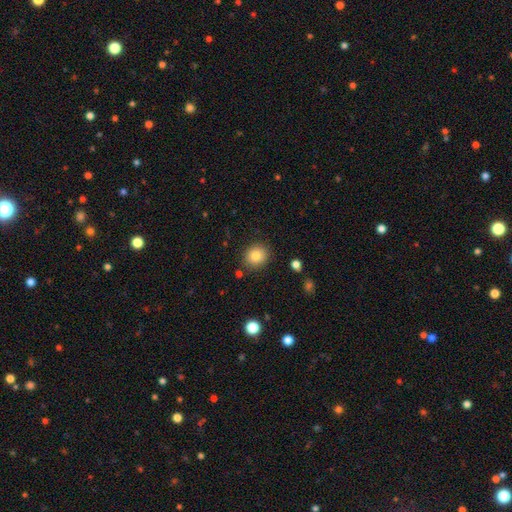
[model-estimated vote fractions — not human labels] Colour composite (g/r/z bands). It shows a smooth galaxy with no disk features (82%) that is round (81%). Merging: none (87%).